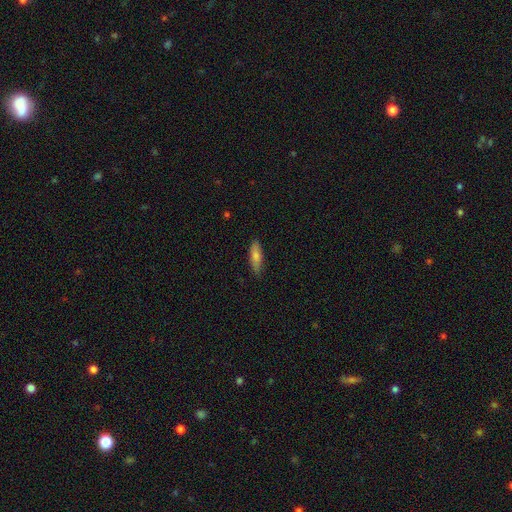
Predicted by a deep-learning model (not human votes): A smooth galaxy with no disk features (72%) that is cigar-shaped (61%).

Vote fractions:
- Smooth or featured? smooth: 72% / featured or disk: 21% / star or artifact: 7%
- How rounded? cigar-shaped: 61% / in between: 37% / round: 2%
- Merging? none: 85% / minor disturbance: 12% / major disturbance: 2% / merger: 1%